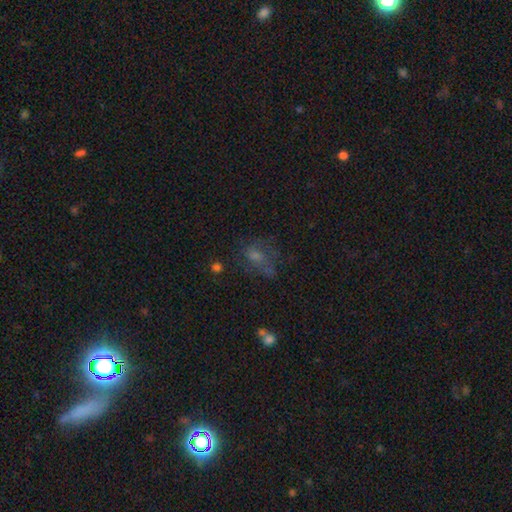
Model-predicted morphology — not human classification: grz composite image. It shows a smooth galaxy with no disk features (41%). Merging: none (48%).